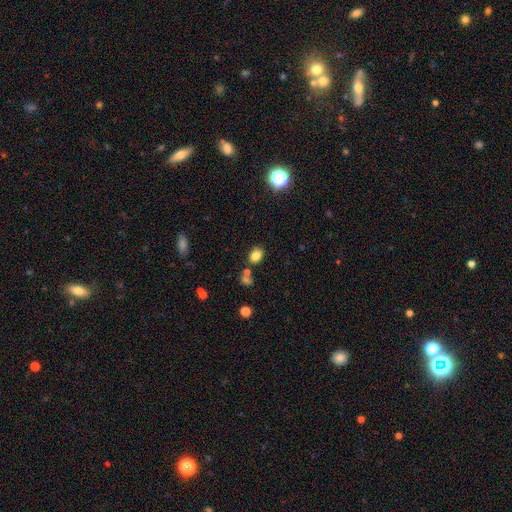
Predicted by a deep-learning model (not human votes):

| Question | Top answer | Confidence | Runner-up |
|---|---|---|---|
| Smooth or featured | smooth | 80% | star or artifact (13%) |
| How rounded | in between | 66% | round (33%) |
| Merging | none | 74% | minor disturbance (12%) |